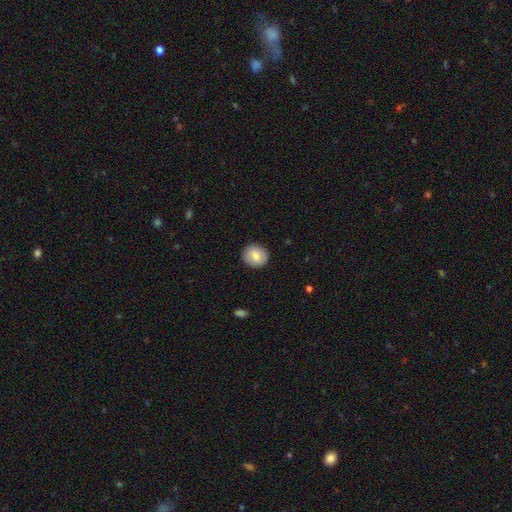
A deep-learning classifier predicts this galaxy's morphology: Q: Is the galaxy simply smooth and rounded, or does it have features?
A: smooth — 78%.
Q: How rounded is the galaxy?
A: round — 81%.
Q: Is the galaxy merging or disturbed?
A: none — 89%.